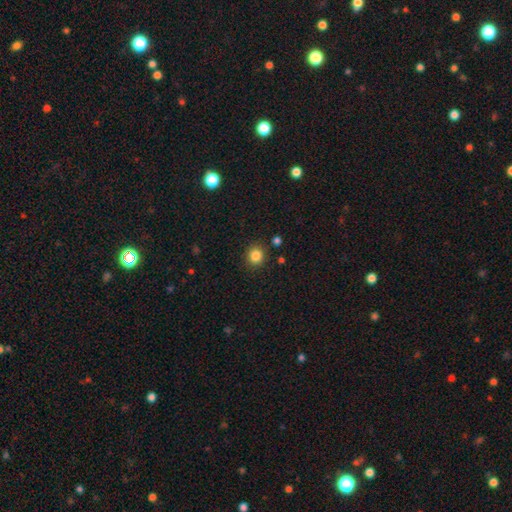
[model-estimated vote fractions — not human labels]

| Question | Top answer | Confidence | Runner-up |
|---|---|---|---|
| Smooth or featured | smooth | 85% | star or artifact (11%) |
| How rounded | round | 81% | in between (18%) |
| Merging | none | 87% | minor disturbance (8%) |